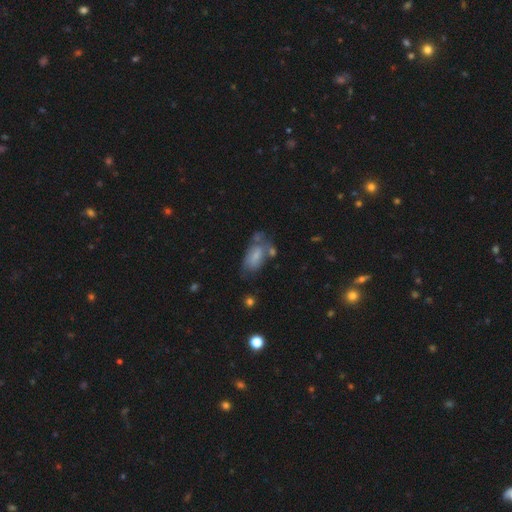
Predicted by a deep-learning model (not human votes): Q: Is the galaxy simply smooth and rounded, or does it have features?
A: smooth — 64%.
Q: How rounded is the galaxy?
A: in between — 90%.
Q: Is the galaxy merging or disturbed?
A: none — 40%.